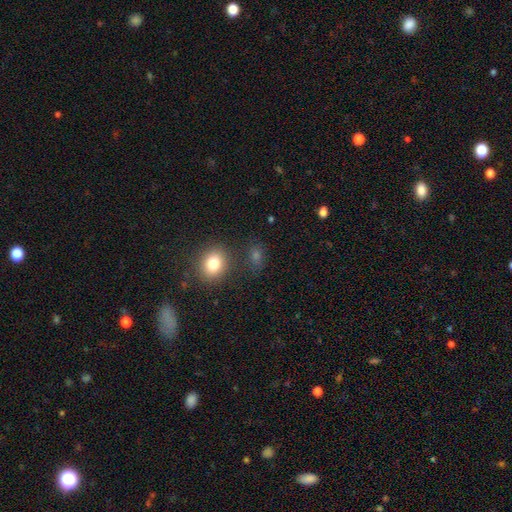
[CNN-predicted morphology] A smooth galaxy with no disk features (70%) that is round (60%).

Vote fractions:
- Smooth or featured? smooth: 70% / star or artifact: 22% / featured or disk: 8%
- How rounded? round: 60% / in between: 38% / cigar-shaped: 2%
- Merging? none: 78% / minor disturbance: 11% / merger: 7% / major disturbance: 4%